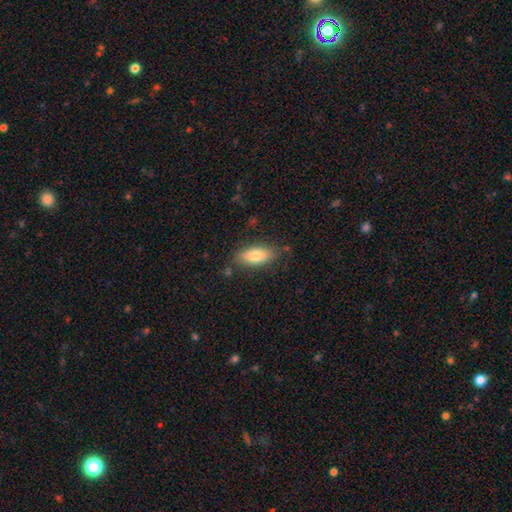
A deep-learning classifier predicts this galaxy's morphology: smooth_or_featured: smooth (p=0.78) [alt: featured or disk p=0.16]
how_rounded: in between (p=0.77) [alt: cigar-shaped p=0.20]
merging: none (p=0.81) [alt: minor disturbance p=0.14]